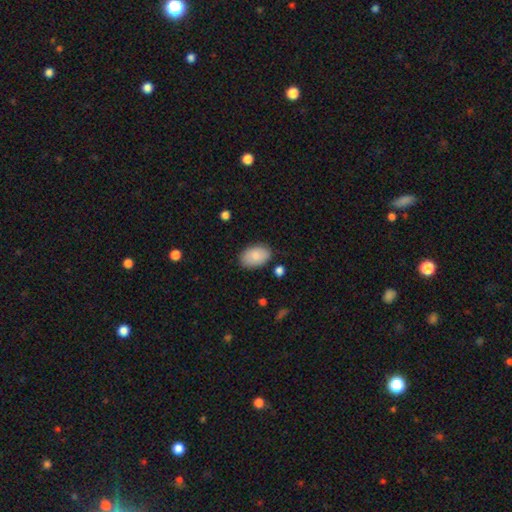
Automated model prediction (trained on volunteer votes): smooth 85%, featured or disk 9%, star or artifact 6%. Down the decision tree: how rounded — in between (90%); merging — none (82%).